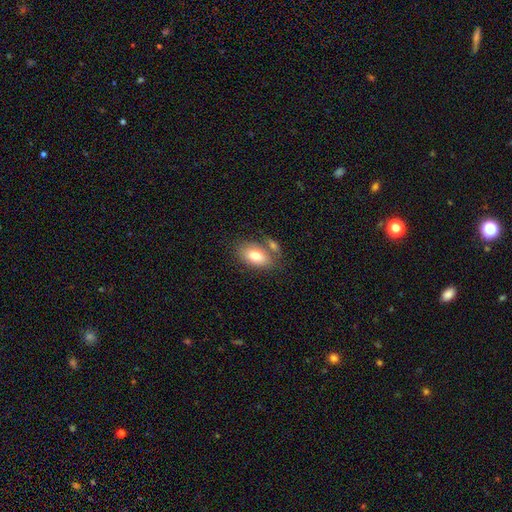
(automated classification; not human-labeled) A smooth galaxy with no disk features (78%) that is in between round and cigar-shaped (90%). Merging: none (57%).